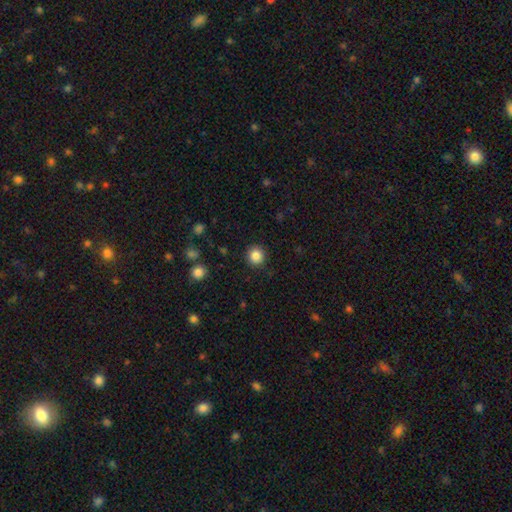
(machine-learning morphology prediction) Smooth or featured: smooth — 86% (star or artifact — 10%)
How rounded: round — 93% (in between — 6%)
Merging: none — 92% (minor disturbance — 5%)